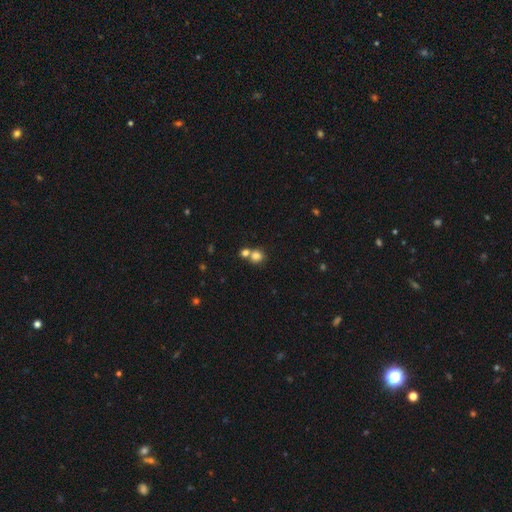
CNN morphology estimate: Smooth or featured: smooth — 79% (star or artifact — 12%)
How rounded: round — 82% (in between — 17%)
Merging: none — 49% (merger — 41%)